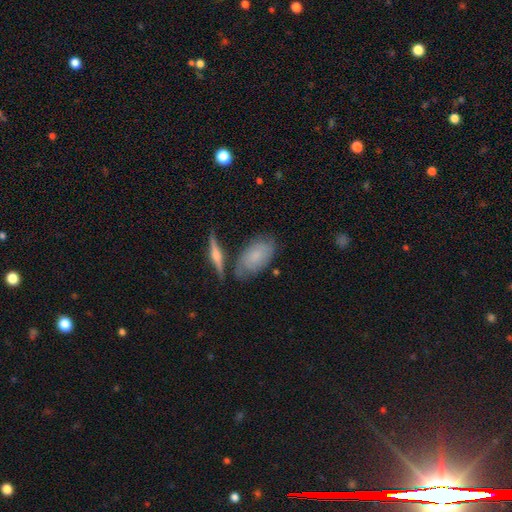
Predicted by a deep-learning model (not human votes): smooth_or_featured: smooth (p=0.57) [alt: featured or disk p=0.35]
how_rounded: in between (p=0.89) [alt: cigar-shaped p=0.05]
merging: none (p=0.63) [alt: minor disturbance p=0.20]